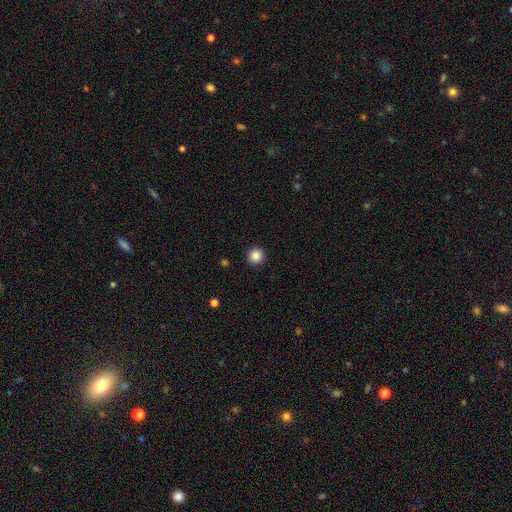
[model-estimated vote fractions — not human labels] A smooth galaxy with no disk features (87%) that is round (96%). Merging: none (93%).